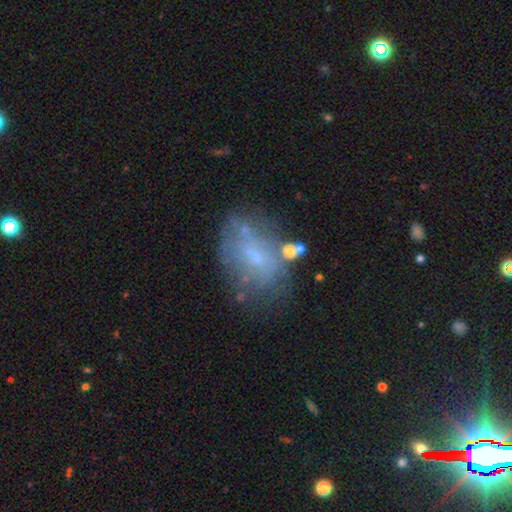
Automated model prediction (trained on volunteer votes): The model was most divided on "smooth or featured": featured or disk: 46%, smooth: 40%, star or artifact: 13%. More confident: merging — none (51%).